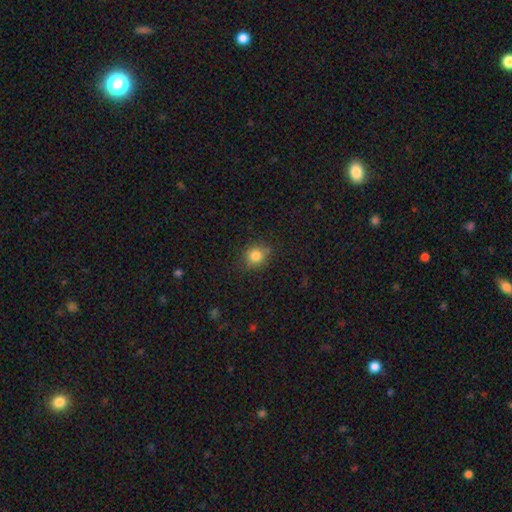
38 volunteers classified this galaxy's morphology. smooth 92%, star or artifact 5%, featured or disk 3%. Down the decision tree: how rounded — round (86%); merging — none (78%).